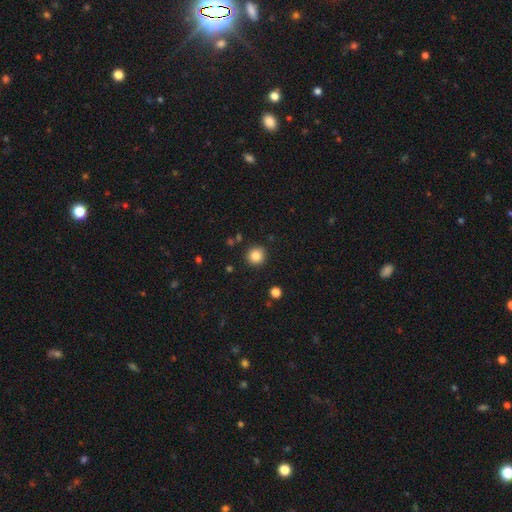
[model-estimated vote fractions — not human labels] Smooth or featured: smooth — 85% (star or artifact — 11%)
How rounded: round — 94% (in between — 5%)
Merging: none — 89% (minor disturbance — 7%)